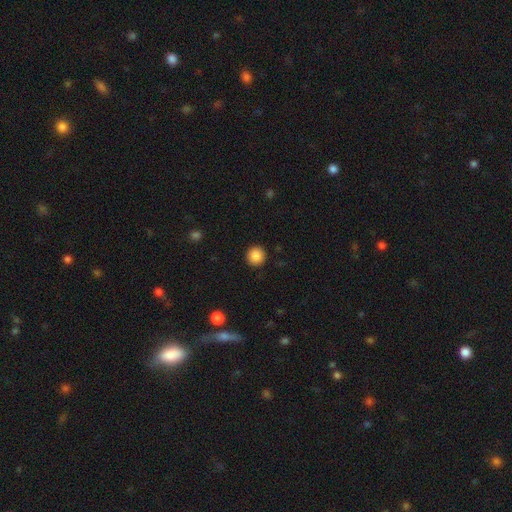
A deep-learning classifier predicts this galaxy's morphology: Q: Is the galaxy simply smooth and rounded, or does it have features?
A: smooth — 87%.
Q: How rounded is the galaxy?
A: round — 94%.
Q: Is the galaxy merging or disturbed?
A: none — 92%.